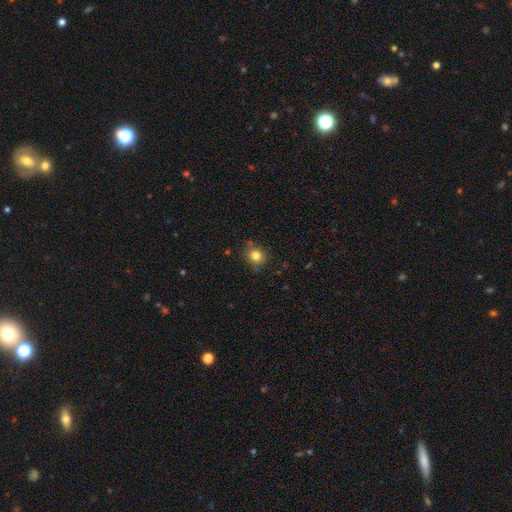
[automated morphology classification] Smooth or featured?
  - smooth: 81% *
  - star or artifact: 12%
  - featured or disk: 7%
How rounded?
  - round: 84% *
  - in between: 15%
  - cigar-shaped: 1%
Merging?
  - none: 84% *
  - minor disturbance: 11%
  - merger: 3%
  - major disturbance: 3%